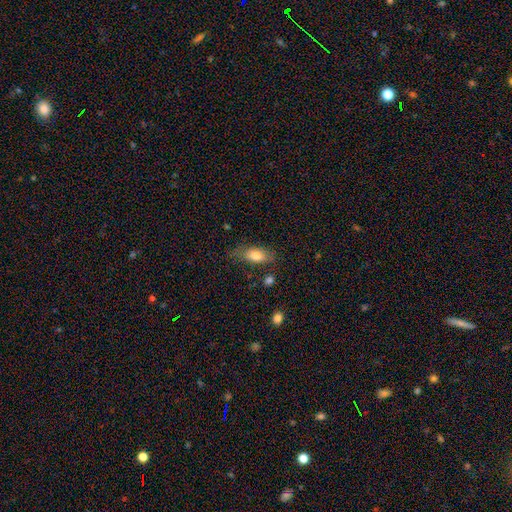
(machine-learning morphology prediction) A smooth galaxy with no disk features (78%) that is in between round and cigar-shaped (84%).

Vote fractions:
- Smooth or featured? smooth: 78% / featured or disk: 15% / star or artifact: 7%
- How rounded? in between: 84% / cigar-shaped: 12% / round: 4%
- Merging? none: 66% / minor disturbance: 24% / major disturbance: 7% / merger: 3%